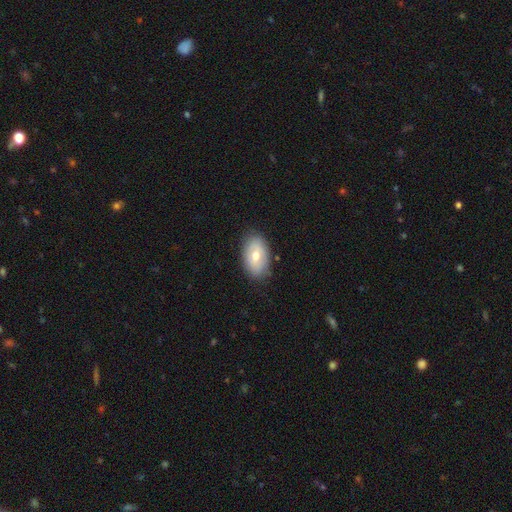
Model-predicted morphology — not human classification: smooth 64%, featured or disk 29%, star or artifact 7%. Down the decision tree: how rounded — in between (91%); merging — none (84%).